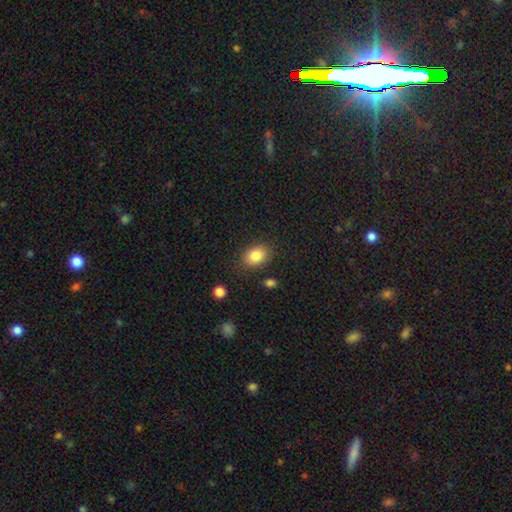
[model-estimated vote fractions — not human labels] Smooth or featured?
  - smooth: 85% *
  - star or artifact: 9%
  - featured or disk: 7%
How rounded?
  - in between: 71% *
  - round: 28%
  - cigar-shaped: 1%
Merging?
  - none: 83% *
  - minor disturbance: 11%
  - major disturbance: 3%
  - merger: 2%